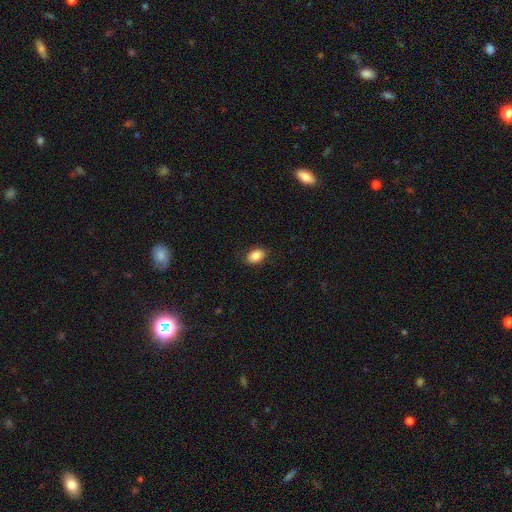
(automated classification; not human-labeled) This appears to be a smooth galaxy with no disk features (85%) that is in between round and cigar-shaped (87%). Merging: none (87%).